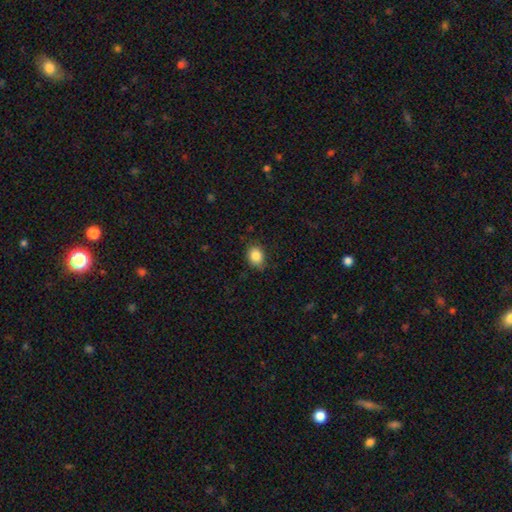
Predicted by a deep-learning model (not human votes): This appears to be a smooth galaxy with no disk features (86%) that is in between round and cigar-shaped (60%). Merging: none (80%).